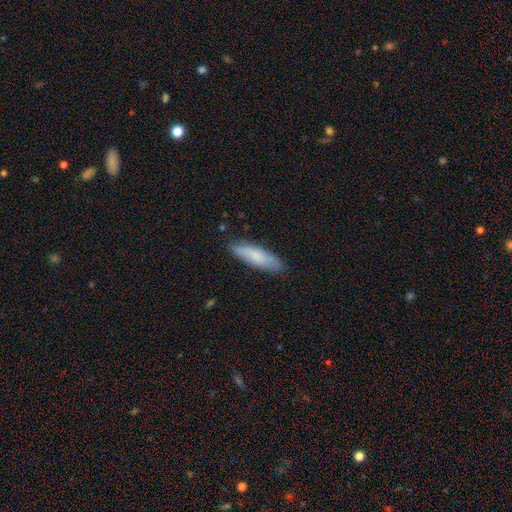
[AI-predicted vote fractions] smooth_or_featured: smooth (p=0.76) [alt: featured or disk p=0.18]
how_rounded: cigar-shaped (p=0.61) [alt: in between p=0.37]
merging: none (p=0.83) [alt: minor disturbance p=0.13]